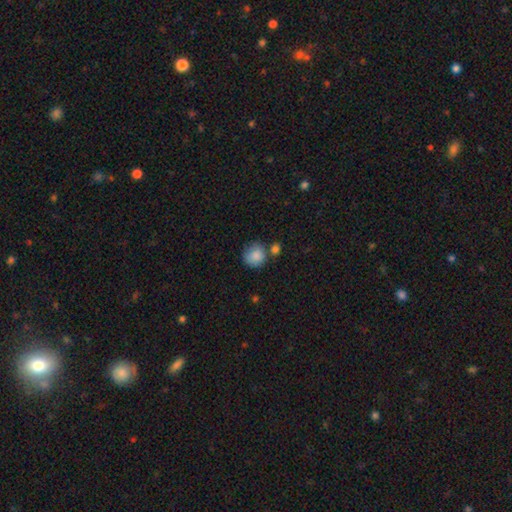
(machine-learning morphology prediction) type=smooth (86%); roundness=round (87%); merging=none (61%).